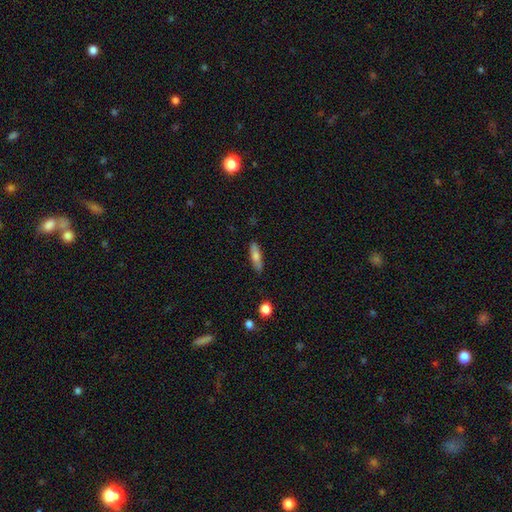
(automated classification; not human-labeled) Morphology: type=smooth (69%); roundness=cigar-shaped (63%); merging=none (84%).